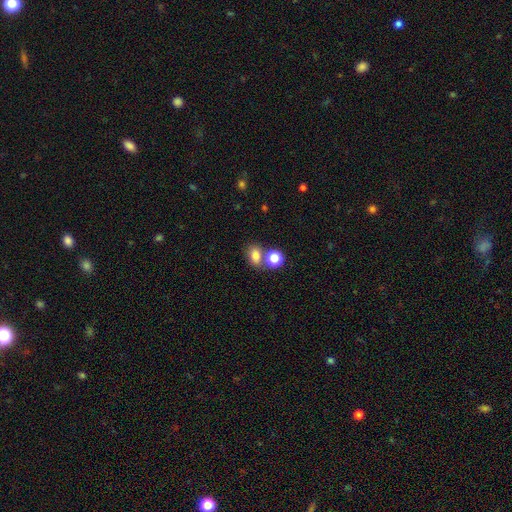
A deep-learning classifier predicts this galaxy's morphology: This is likely a smooth galaxy (78%). How rounded: likely in between (64%). Merging: possibly none (59%).